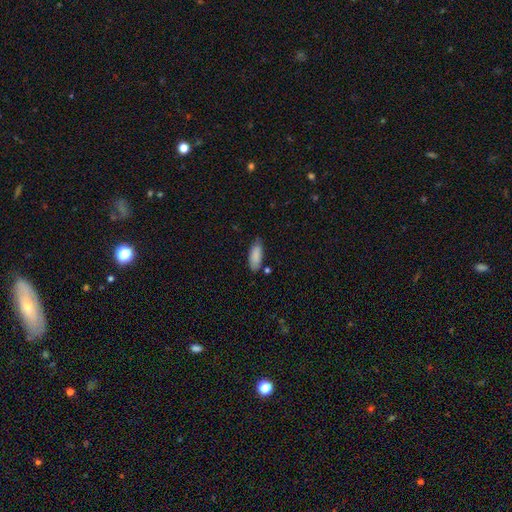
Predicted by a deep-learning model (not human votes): A smooth galaxy with no disk features (87%) that is in between round and cigar-shaped (81%).

Vote fractions:
- Smooth or featured? smooth: 87% / featured or disk: 7% / star or artifact: 6%
- How rounded? in between: 81% / cigar-shaped: 17% / round: 2%
- Merging? none: 72% / minor disturbance: 20% / merger: 5% / major disturbance: 4%